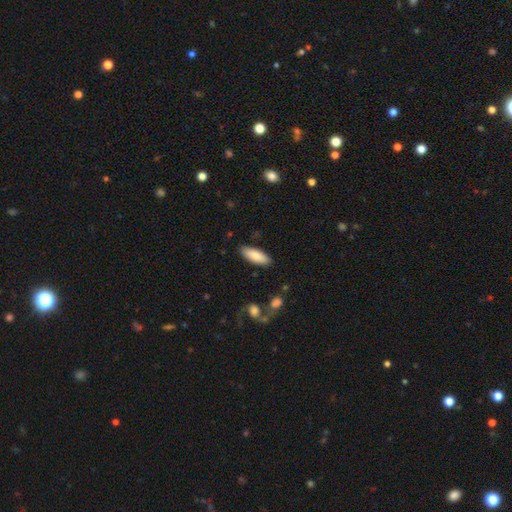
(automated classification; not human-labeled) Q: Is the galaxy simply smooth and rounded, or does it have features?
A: smooth — 83%.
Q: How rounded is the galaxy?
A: in between — 68%.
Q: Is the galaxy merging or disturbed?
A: none — 86%.